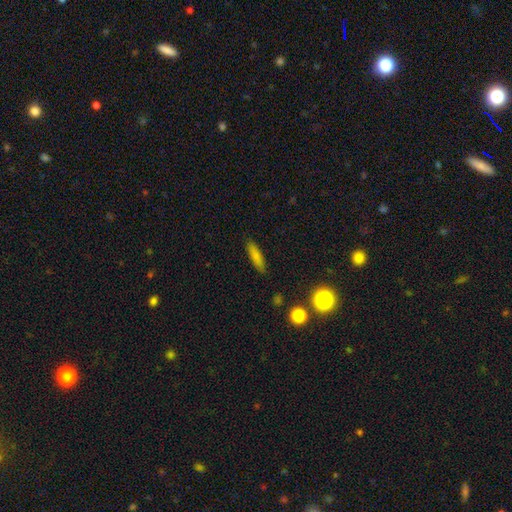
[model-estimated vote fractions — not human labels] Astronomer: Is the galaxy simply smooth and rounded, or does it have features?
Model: smooth — 76%.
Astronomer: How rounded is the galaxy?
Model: cigar-shaped — 75%.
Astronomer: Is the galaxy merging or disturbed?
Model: none — 87%.